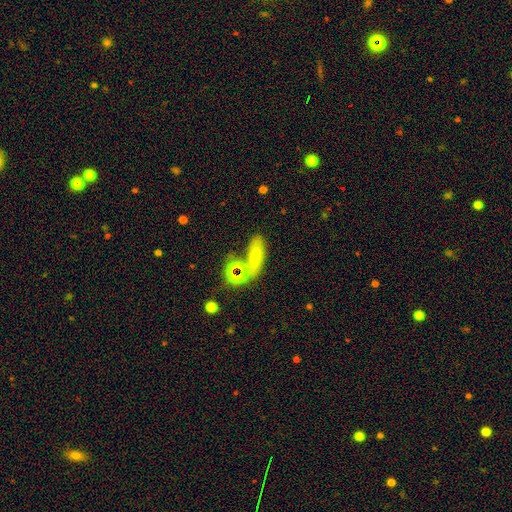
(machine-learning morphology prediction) This appears to be a smooth galaxy with no disk features (66%) that is in between round and cigar-shaped (62%). Merging: none (56%).